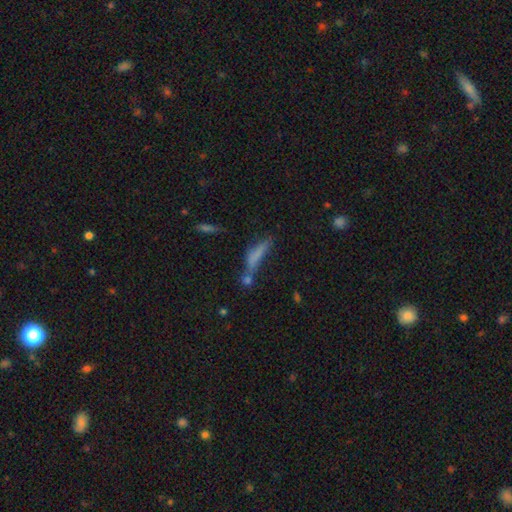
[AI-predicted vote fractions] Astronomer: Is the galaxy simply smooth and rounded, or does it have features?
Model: smooth — 64%.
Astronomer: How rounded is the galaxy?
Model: cigar-shaped — 77%.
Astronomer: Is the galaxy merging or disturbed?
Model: none — 39% (runner-up: merger, 27%).